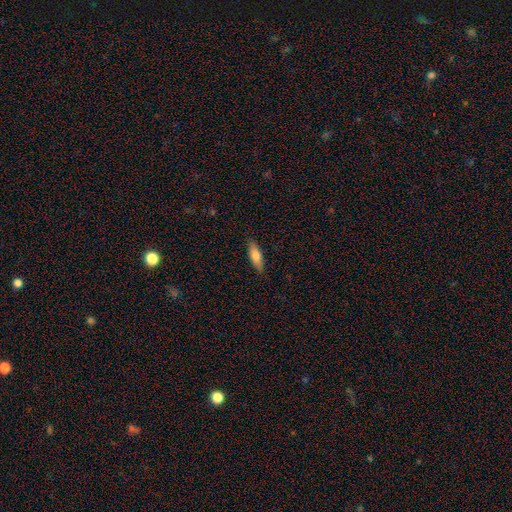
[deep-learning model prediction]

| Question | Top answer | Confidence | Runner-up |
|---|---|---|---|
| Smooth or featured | smooth | 74% | featured or disk (20%) |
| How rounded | in between | 50% | cigar-shaped (48%) |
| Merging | none | 87% | minor disturbance (10%) |